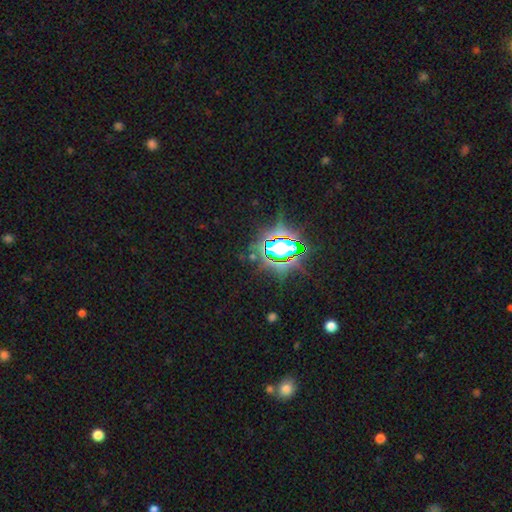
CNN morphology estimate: smooth-or-featured: star or artifact: 79% | smooth: 12% | featured or disk: 9%